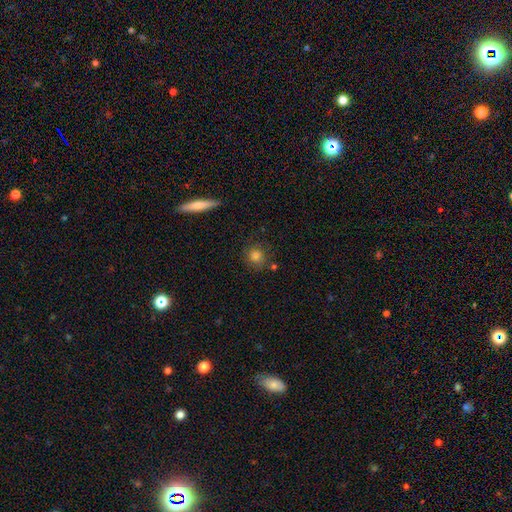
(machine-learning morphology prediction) Smooth or featured? smooth (81%)
How rounded? round (86%)
Merging? none (76%)